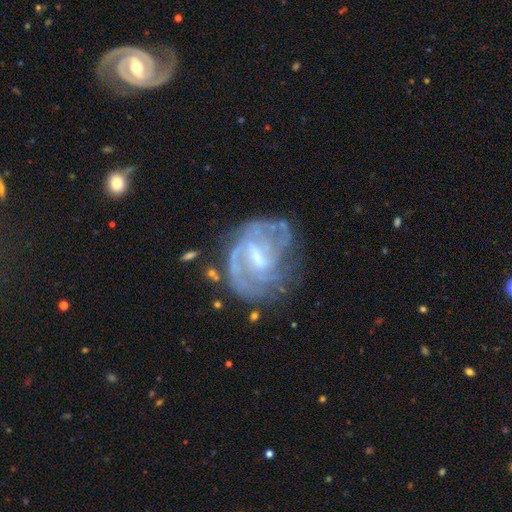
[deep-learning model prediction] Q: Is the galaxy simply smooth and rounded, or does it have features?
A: featured or disk — 83%.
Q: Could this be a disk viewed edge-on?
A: no — 97%.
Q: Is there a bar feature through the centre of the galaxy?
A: weak — 52%.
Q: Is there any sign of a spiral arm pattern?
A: yes — 89%.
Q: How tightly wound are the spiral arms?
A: tight — 46%.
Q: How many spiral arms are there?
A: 2 — 40%.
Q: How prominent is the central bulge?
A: small — 42%.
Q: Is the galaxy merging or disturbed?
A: none — 60%.